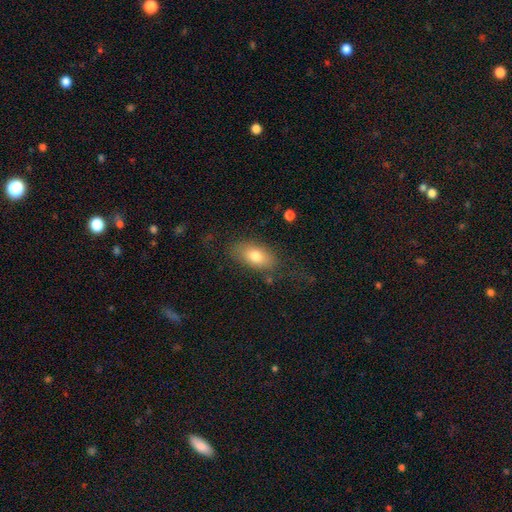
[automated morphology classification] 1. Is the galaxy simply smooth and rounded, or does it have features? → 76% smooth, 16% featured or disk, 8% star or artifact.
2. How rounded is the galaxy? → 89% in between, 6% round, 4% cigar-shaped.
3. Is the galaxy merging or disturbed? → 72% none, 17% minor disturbance, 8% major disturbance, 2% merger.